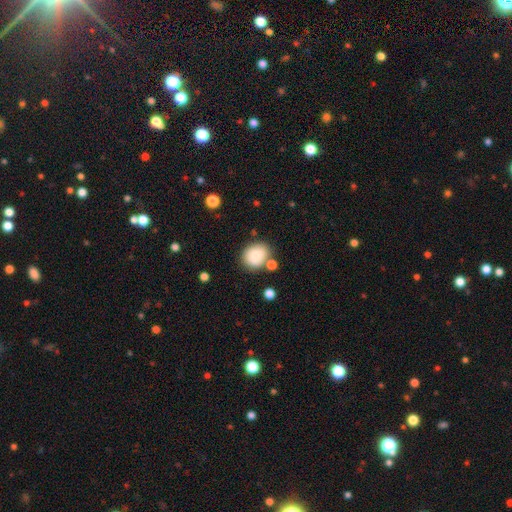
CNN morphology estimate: Smooth or featured? Predicted: smooth (p=0.81). How rounded? Predicted: round (p=0.66). Merging? Predicted: none (p=0.71).